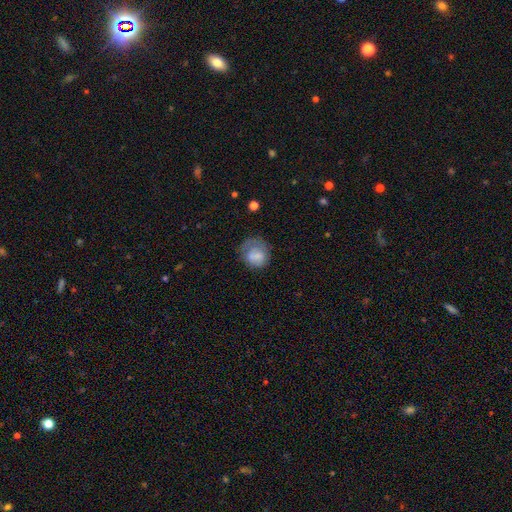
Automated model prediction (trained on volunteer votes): This appears to be a smooth galaxy with no disk features (66%) that is round (74%). Merging: none (46%).